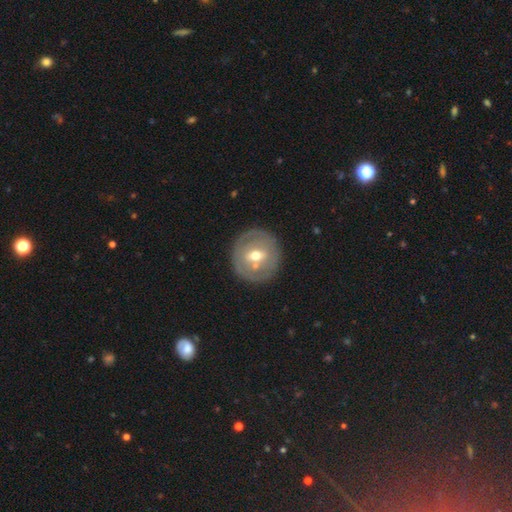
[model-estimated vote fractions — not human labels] Smooth or featured? Predicted: featured or disk (p=0.56). Edge-on disk? Predicted: no (p=0.93). Bar? Predicted: weak (p=0.43). Spiral arms? Predicted: no (p=0.69). Bulge size? Predicted: moderate (p=0.70). Merging? Predicted: none (p=0.79).